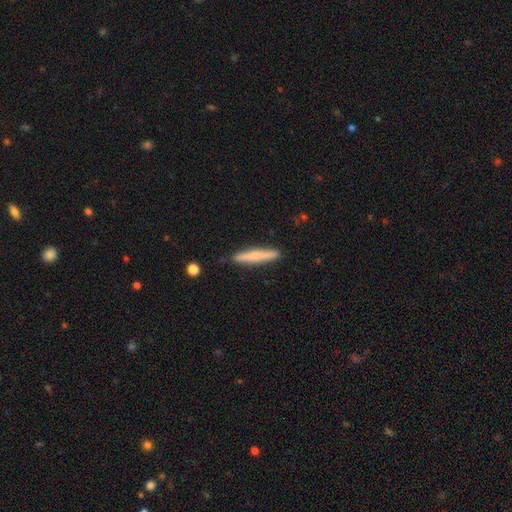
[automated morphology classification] Q: Smooth or featured?
A: smooth (67%); runner-up: featured or disk (28%)
Q: How rounded?
A: cigar-shaped (94%); runner-up: in between (5%)
Q: Merging?
A: none (89%); runner-up: minor disturbance (8%)